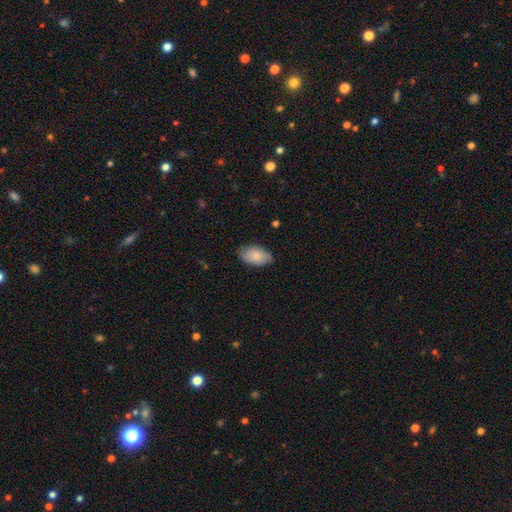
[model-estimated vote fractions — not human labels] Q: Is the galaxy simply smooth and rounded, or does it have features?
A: smooth — 82%.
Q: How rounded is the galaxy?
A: in between — 94%.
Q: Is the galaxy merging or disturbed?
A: none — 76%.